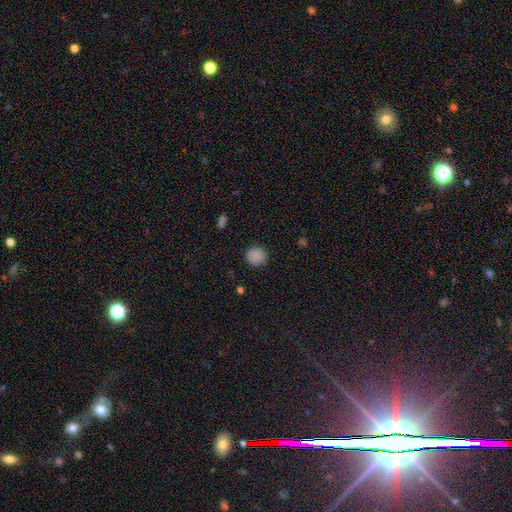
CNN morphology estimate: Smooth or featured: smooth — 87% (star or artifact — 10%)
How rounded: round — 91% (in between — 8%)
Merging: none — 89% (minor disturbance — 8%)